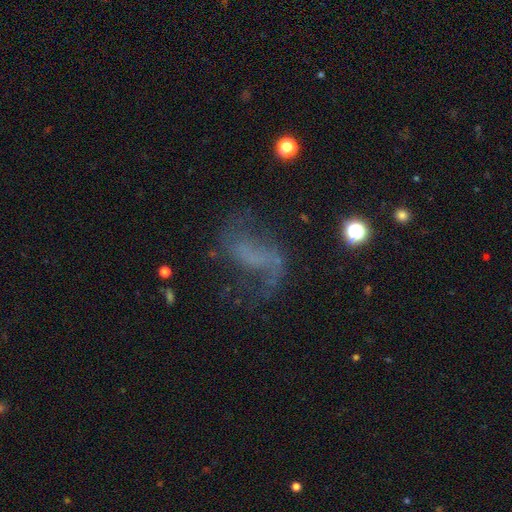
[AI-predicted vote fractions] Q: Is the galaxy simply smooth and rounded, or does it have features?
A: featured or disk — 70%.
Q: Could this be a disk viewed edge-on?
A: no — 97%.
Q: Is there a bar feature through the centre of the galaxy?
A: no — 41%.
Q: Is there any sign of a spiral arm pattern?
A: yes — 83%.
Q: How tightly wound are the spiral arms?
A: loose — 68%.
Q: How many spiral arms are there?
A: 2 — 76%.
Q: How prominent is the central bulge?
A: none — 70%.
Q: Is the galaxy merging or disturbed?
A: none — 54%.